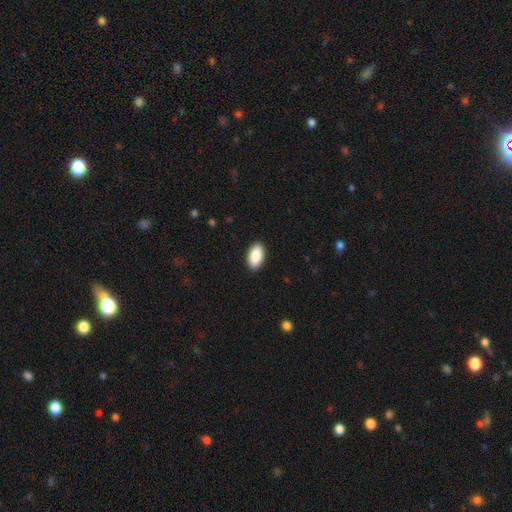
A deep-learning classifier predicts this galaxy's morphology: Overall: smooth (89%). How rounded: in between (95%). Merging: none (90%).